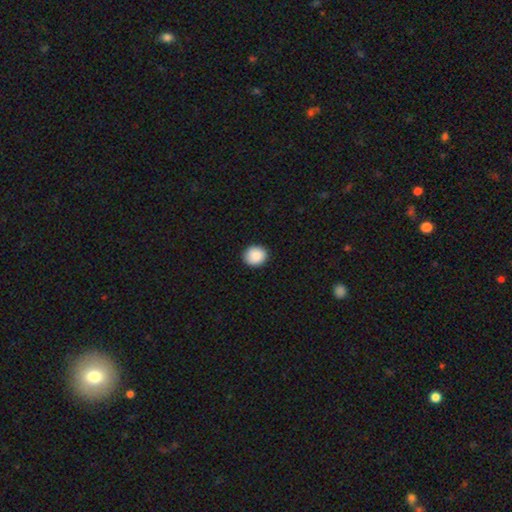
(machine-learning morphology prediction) smooth-or-featured: smooth: 89% | star or artifact: 8% | featured or disk: 3%
  how-rounded: round: 79% | in between: 20% | cigar-shaped: 1%
  merging: none: 90% | minor disturbance: 8% | major disturbance: 2% | merger: 1%